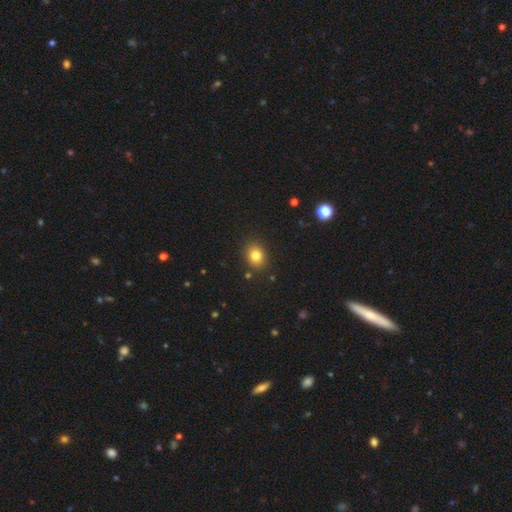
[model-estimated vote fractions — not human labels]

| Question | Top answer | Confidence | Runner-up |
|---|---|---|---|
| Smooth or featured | smooth | 80% | star or artifact (13%) |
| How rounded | round | 63% | in between (36%) |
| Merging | none | 87% | minor disturbance (8%) |